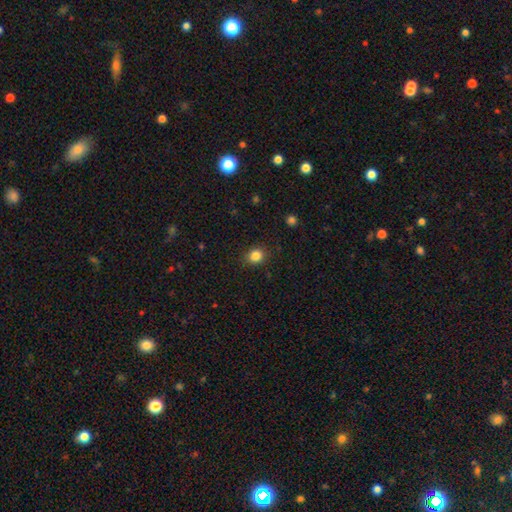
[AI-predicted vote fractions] A smooth galaxy with no disk features (84%) that is round (70%). Merging: none (87%).